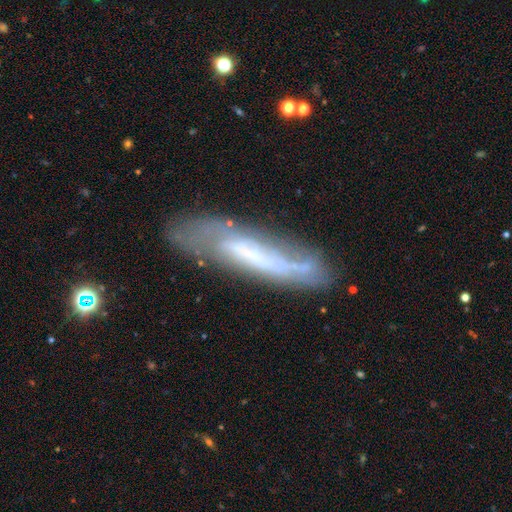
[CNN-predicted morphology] This appears to be a featured or disk galaxy (61%). Merging: none (62%).